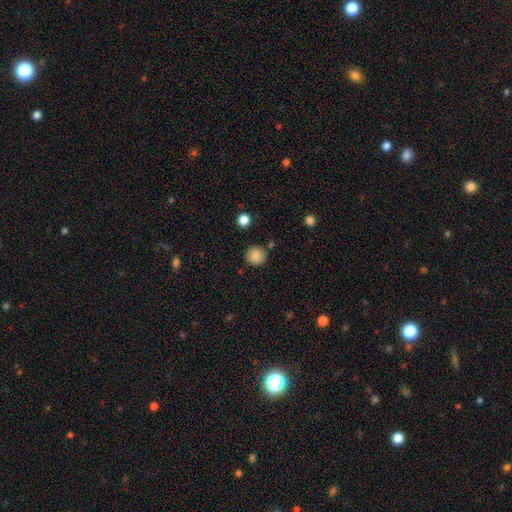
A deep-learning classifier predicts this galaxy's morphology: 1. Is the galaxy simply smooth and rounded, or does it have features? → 85% smooth, 9% star or artifact, 6% featured or disk.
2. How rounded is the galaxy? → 89% round, 10% in between, 1% cigar-shaped.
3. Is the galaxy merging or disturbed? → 84% none, 10% minor disturbance, 4% merger, 3% major disturbance.